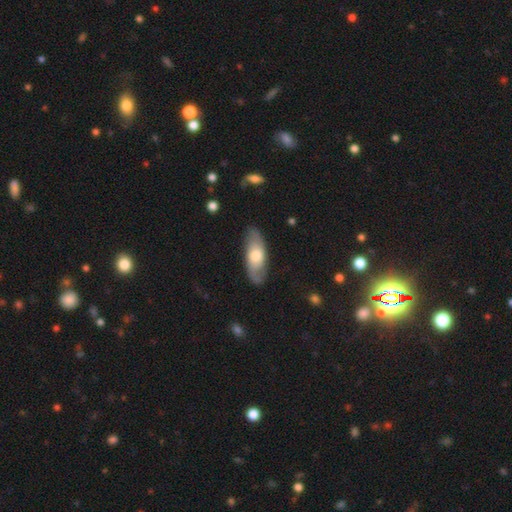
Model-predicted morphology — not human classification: smooth_or_featured: featured or disk (p=0.47) [tied with: smooth p=0.47]
merging: none (p=0.80) [alt: minor disturbance p=0.15]